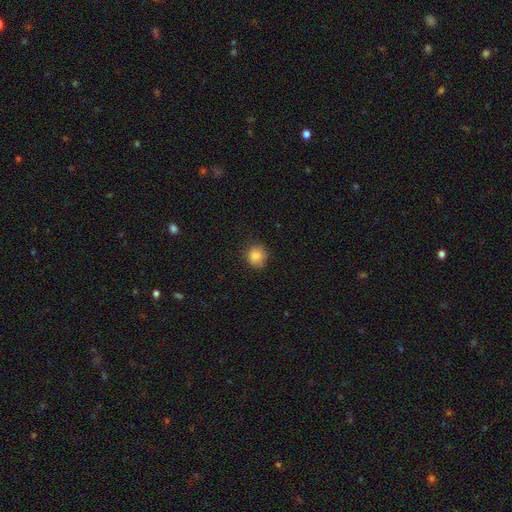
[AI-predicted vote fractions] Morphology: type=smooth (86%); roundness=round (79%); merging=none (81%).